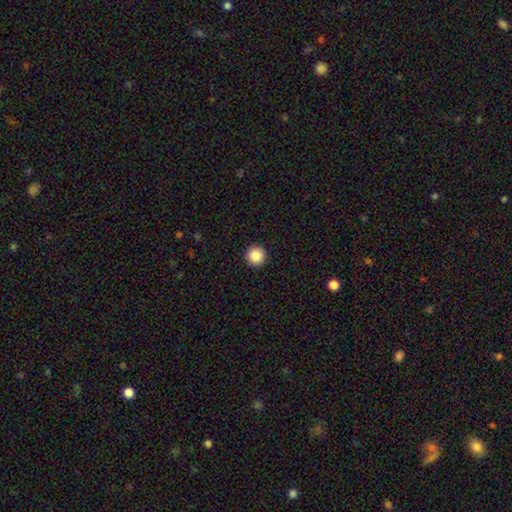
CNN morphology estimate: Smooth or featured: smooth — 88% (star or artifact — 9%)
How rounded: round — 97% (in between — 2%)
Merging: none — 94% (minor disturbance — 4%)